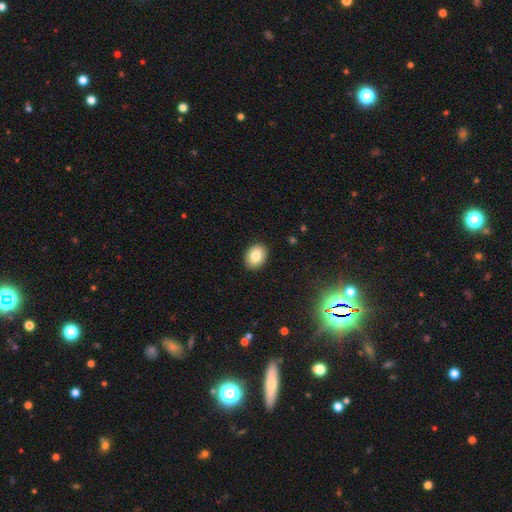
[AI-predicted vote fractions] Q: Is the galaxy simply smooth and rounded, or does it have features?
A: smooth — 83%.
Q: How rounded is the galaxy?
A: in between — 65%.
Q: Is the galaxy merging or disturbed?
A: none — 90%.